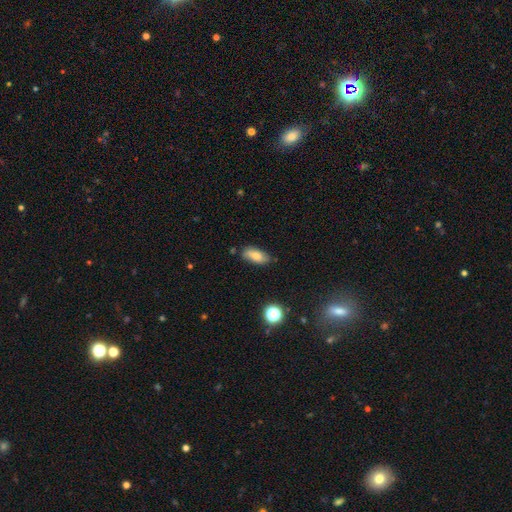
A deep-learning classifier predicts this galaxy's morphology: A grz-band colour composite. It shows a smooth galaxy with no disk features (75%) that is in between round and cigar-shaped (85%). Merging: none (76%).